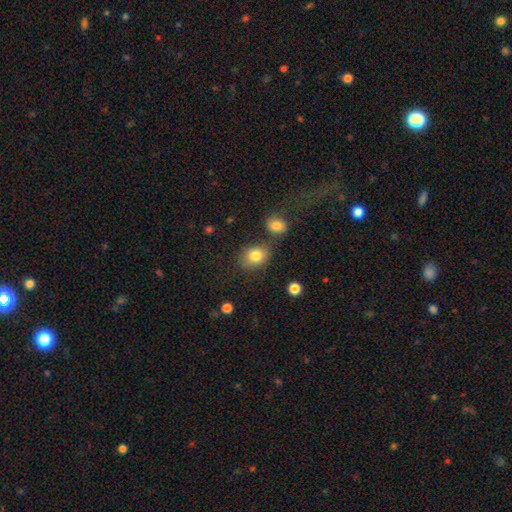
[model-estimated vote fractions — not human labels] Q: Smooth or featured?
A: smooth (82%); runner-up: star or artifact (10%)
Q: How rounded?
A: in between (51%); runner-up: round (48%)
Q: Merging?
A: none (69%); runner-up: minor disturbance (14%)